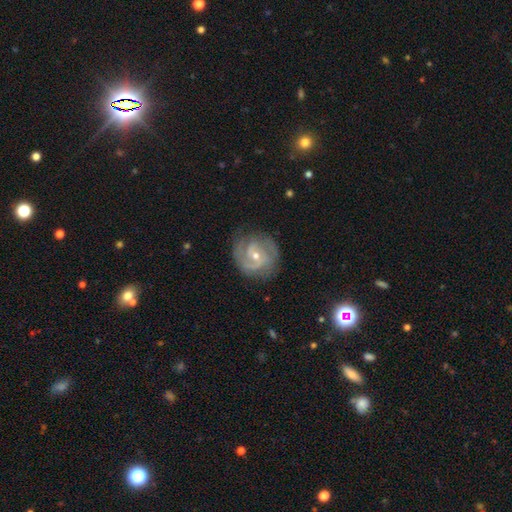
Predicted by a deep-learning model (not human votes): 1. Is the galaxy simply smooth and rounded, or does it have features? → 85% featured or disk, 8% smooth, 6% star or artifact.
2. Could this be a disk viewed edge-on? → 97% no, 3% yes.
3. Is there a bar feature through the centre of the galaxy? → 44% no, 43% weak, 13% strong.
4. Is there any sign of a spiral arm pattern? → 96% yes, 4% no.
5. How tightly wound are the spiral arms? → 51% tight, 39% medium, 9% loose.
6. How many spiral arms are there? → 62% 2, 14% 3, 14% can't tell, 4% 1, 3% 4, 3% more than 4.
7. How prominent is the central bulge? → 57% small, 41% moderate, 1% large, 1% none, 1% dominant.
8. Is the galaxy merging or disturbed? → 77% none, 16% minor disturbance, 6% major disturbance, 1% merger.